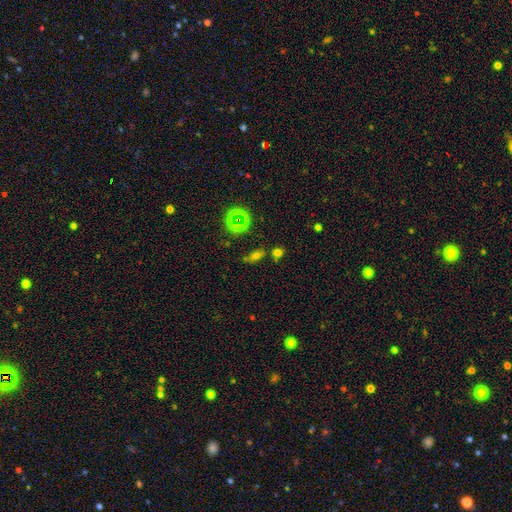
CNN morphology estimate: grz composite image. It shows a smooth galaxy with no disk features (55%) that is in between round and cigar-shaped (67%). Merging: none (63%).